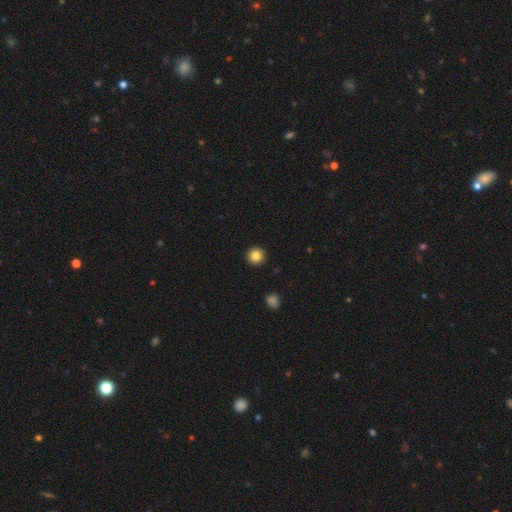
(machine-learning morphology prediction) Smooth or featured: smooth — 85% (star or artifact — 10%)
How rounded: round — 95% (in between — 4%)
Merging: none — 93% (minor disturbance — 4%)